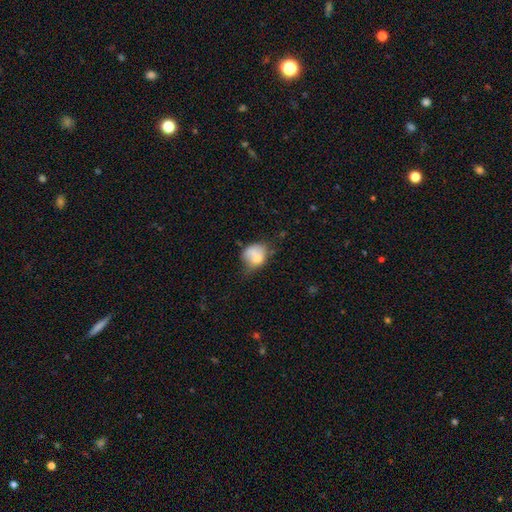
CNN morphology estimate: A smooth galaxy with no disk features (69%) that is round (54%). Merging: none (34%).